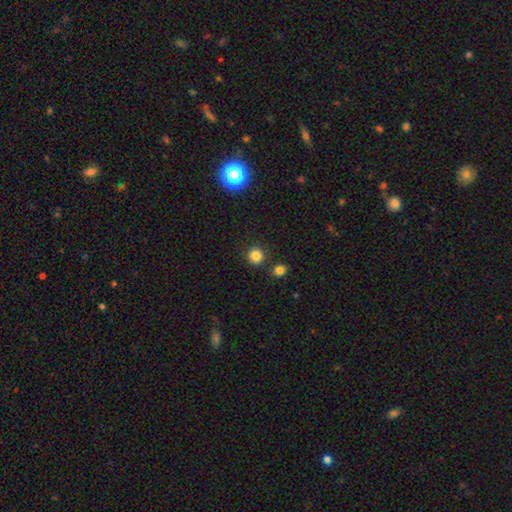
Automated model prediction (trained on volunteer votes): Overall: smooth (84%). How rounded: round (92%). Merging: none (84%).